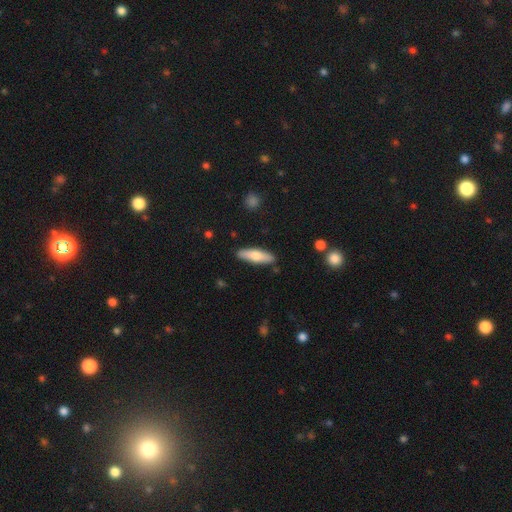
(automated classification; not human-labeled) This is likely a smooth galaxy (68%). How rounded: likely cigar-shaped (61%). Merging: clearly none (88%).